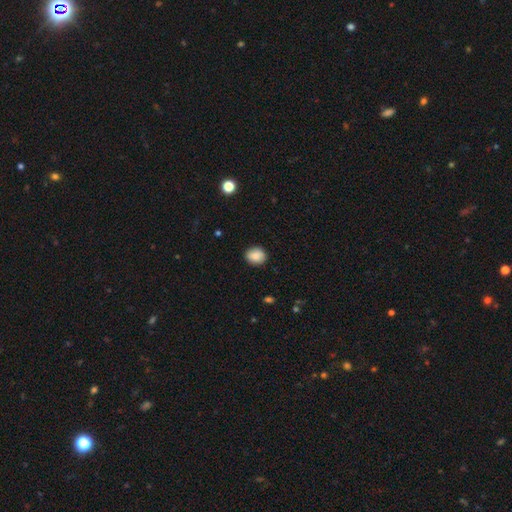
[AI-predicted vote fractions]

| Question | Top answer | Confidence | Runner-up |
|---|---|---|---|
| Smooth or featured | smooth | 86% | star or artifact (8%) |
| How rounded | round | 67% | in between (32%) |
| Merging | none | 88% | minor disturbance (9%) |